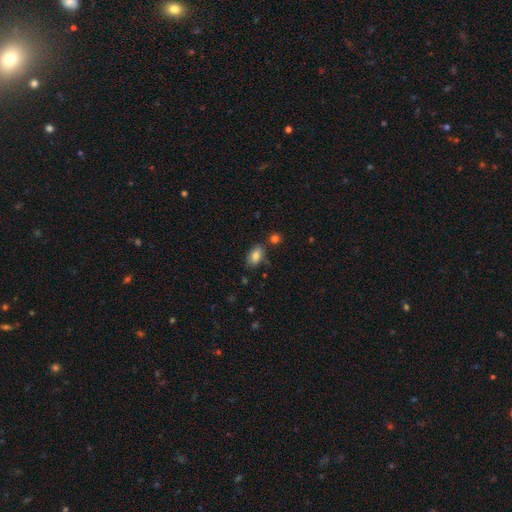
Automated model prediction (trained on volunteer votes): A smooth galaxy with no disk features (81%) that is in between round and cigar-shaped (88%). Merging: none (72%).